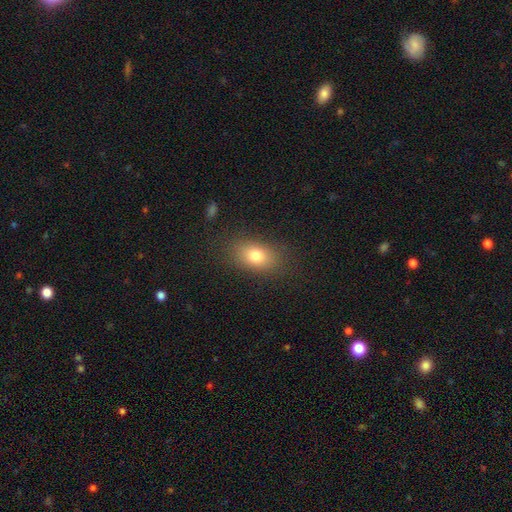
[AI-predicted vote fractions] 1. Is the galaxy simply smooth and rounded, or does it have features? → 78% smooth, 12% featured or disk, 10% star or artifact.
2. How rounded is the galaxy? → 81% in between, 17% round, 2% cigar-shaped.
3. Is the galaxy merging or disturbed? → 83% none, 11% minor disturbance, 5% major disturbance, 1% merger.